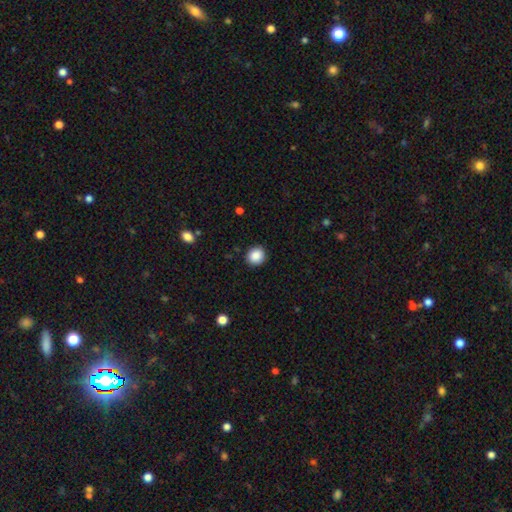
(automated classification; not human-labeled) smooth_or_featured: smooth (p=0.88) [alt: star or artifact p=0.09]
how_rounded: round (p=0.85) [alt: in between p=0.14]
merging: none (p=0.90) [alt: minor disturbance p=0.06]